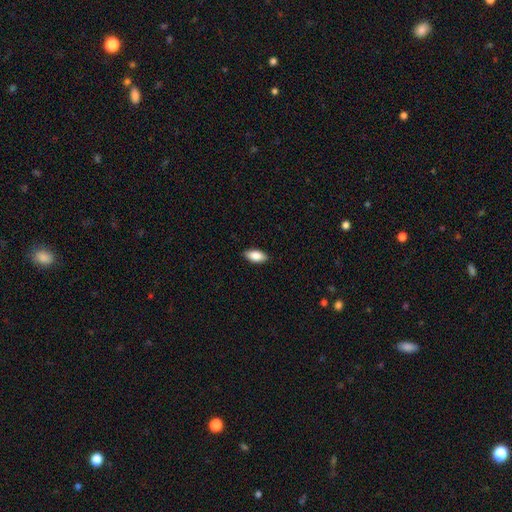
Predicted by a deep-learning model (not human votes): smooth_or_featured: smooth (p=0.86) [alt: featured or disk p=0.07]
how_rounded: in between (p=0.90) [alt: cigar-shaped p=0.07]
merging: none (p=0.88) [alt: minor disturbance p=0.09]